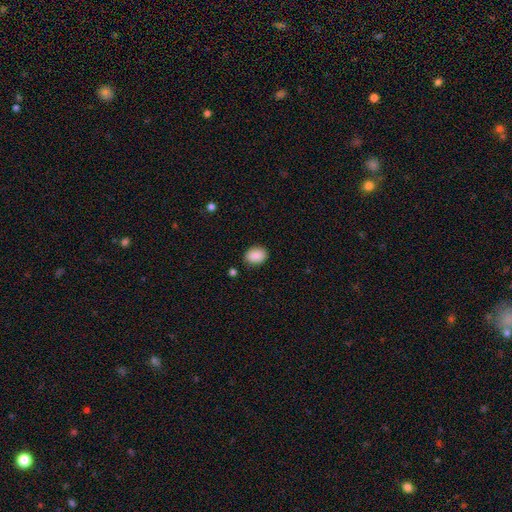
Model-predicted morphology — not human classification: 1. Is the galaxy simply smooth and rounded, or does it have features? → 89% smooth, 8% star or artifact, 3% featured or disk.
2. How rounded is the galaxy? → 66% in between, 33% round, 1% cigar-shaped.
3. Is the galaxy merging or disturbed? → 85% none, 10% minor disturbance, 3% major disturbance, 2% merger.